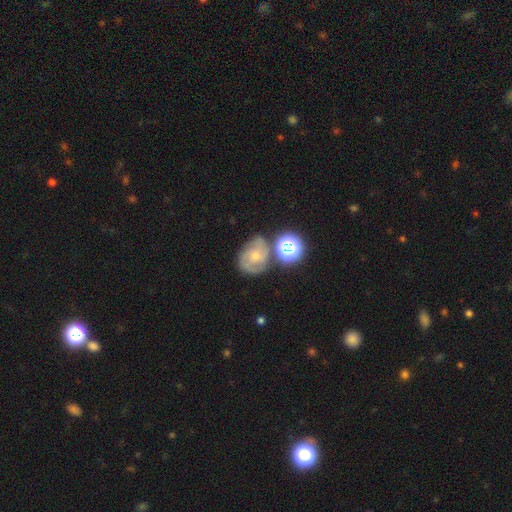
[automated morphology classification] The model was most divided on "bulge size": small: 47%, moderate: 45%, large: 3%, none: 3%, dominant: 1%. More confident: edge-on disk — no (97%); spiral arms — yes (85%); bar — no (68%); smooth or featured — featured or disk (58%); merging — none (53%).